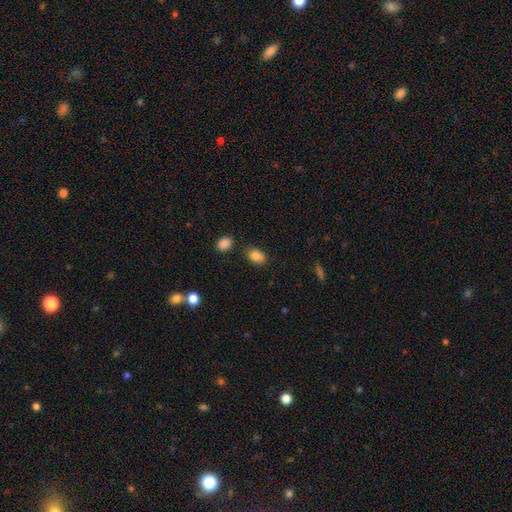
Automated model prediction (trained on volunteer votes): Morphology: type=smooth (85%); roundness=in between (82%); merging=none (74%).